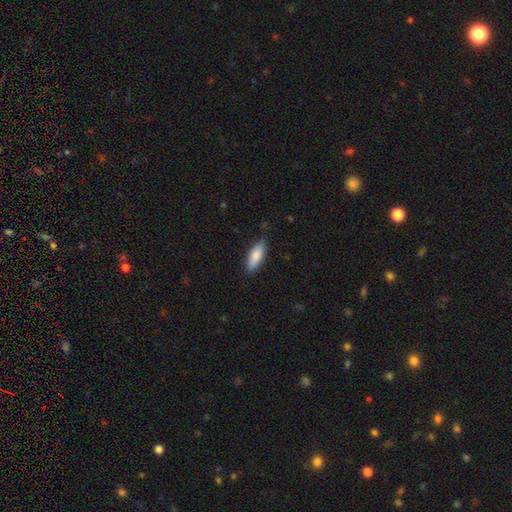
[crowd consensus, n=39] Smooth or featured: smooth — 79% (featured or disk — 18%)
How rounded: in between — 55% (cigar-shaped — 45%)
Merging: none — 79% (minor disturbance — 18%)